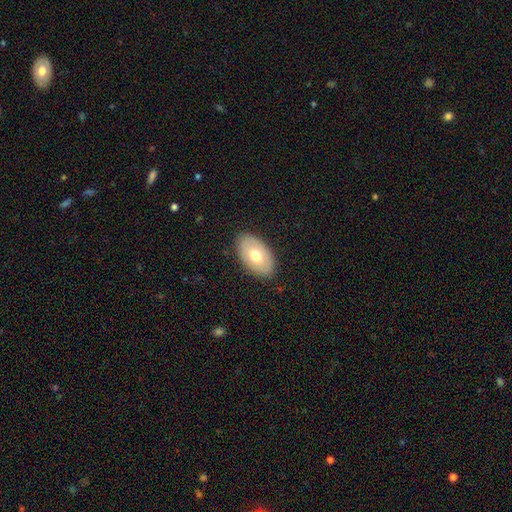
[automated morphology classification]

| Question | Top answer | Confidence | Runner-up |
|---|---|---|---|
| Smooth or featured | smooth | 63% | featured or disk (31%) |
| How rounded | in between | 93% | round (6%) |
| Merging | none | 86% | minor disturbance (10%) |